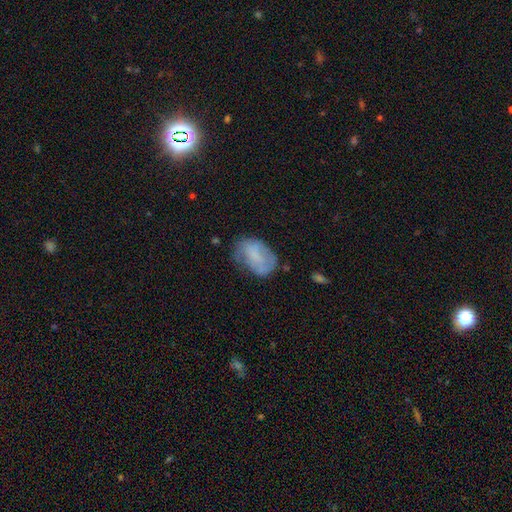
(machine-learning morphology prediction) smooth-or-featured: smooth: 59% | featured or disk: 32% | star or artifact: 9%
  how-rounded: in between: 86% | round: 13% | cigar-shaped: 1%
  merging: none: 49% | minor disturbance: 32% | major disturbance: 16% | merger: 2%